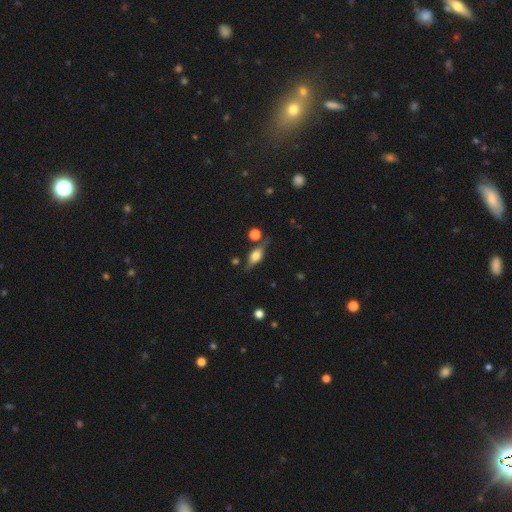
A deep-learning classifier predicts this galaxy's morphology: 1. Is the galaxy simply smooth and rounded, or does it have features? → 46% smooth (tied), 46% featured or disk (tied), 8% star or artifact.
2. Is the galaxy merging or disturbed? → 72% none, 17% minor disturbance, 6% merger, 5% major disturbance.